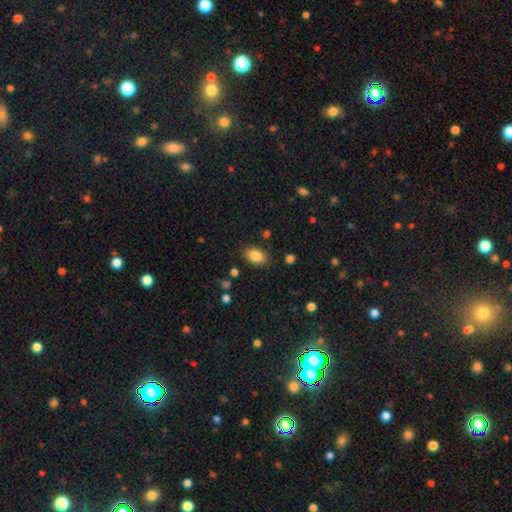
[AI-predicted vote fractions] smooth_or_featured: smooth (p=0.85) [alt: star or artifact p=0.09]
how_rounded: in between (p=0.81) [alt: round p=0.18]
merging: none (p=0.83) [alt: minor disturbance p=0.11]